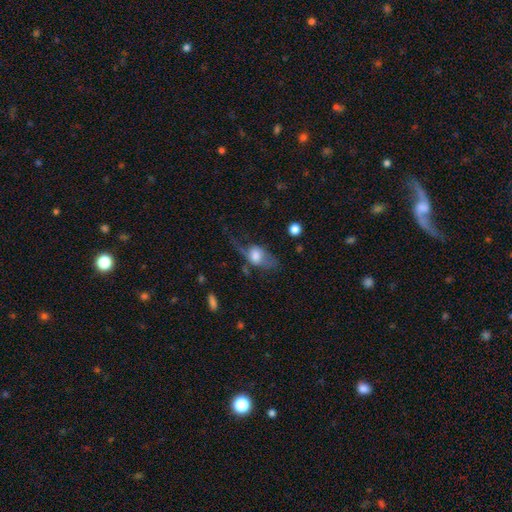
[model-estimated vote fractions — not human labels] smooth_or_featured: smooth (p=0.55) [alt: featured or disk p=0.37]
how_rounded: in between (p=0.77) [alt: round p=0.19]
merging: major disturbance (p=0.50) [alt: none p=0.25]